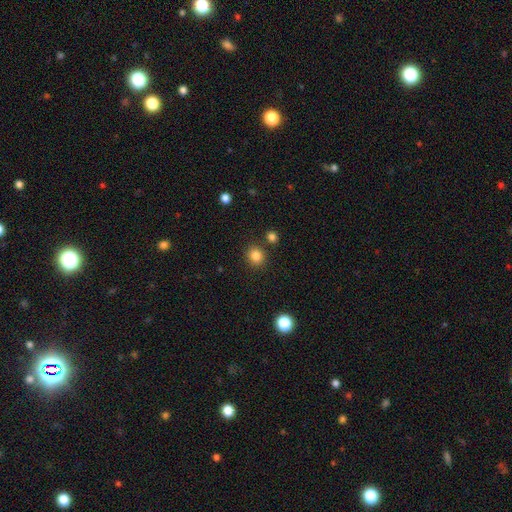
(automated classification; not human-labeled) A smooth galaxy with no disk features (84%) that is round (84%). Merging: none (85%).